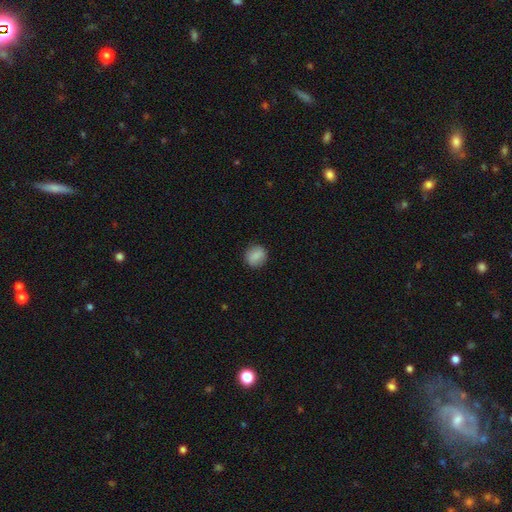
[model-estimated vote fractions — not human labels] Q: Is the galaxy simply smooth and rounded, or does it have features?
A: smooth — 86%.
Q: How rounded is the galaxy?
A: round — 82%.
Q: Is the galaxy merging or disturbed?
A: none — 88%.